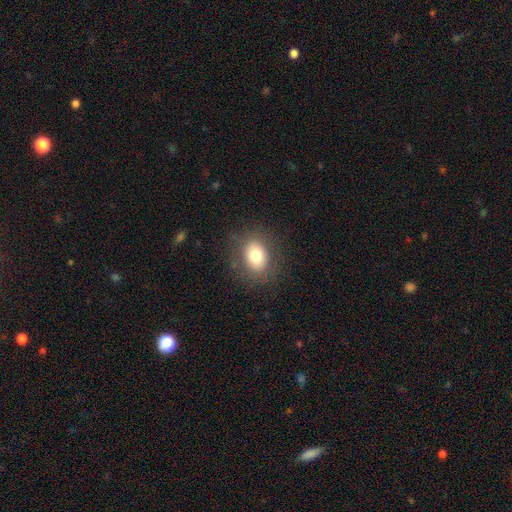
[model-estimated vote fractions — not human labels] The model was most divided on "how rounded": in between: 58%, round: 41%, cigar-shaped: 1%. More confident: merging — none (84%); smooth or featured — smooth (77%).